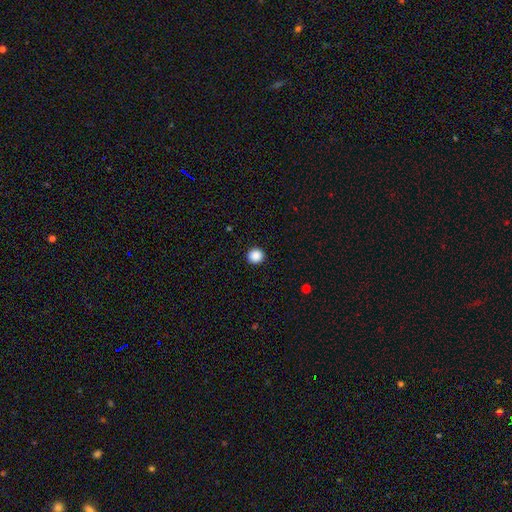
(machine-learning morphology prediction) A smooth galaxy with no disk features (88%) that is round (93%).

Vote fractions:
- Smooth or featured? smooth: 88% / star or artifact: 9% / featured or disk: 2%
- How rounded? round: 93% / in between: 6% / cigar-shaped: 1%
- Merging? none: 93% / minor disturbance: 4% / major disturbance: 2% / merger: 1%